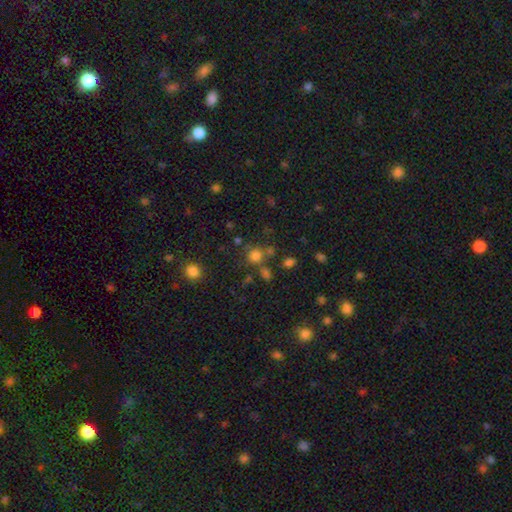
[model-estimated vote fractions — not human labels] This is likely a smooth galaxy (74%). How rounded: clearly round (88%). Merging: likely none (67%).